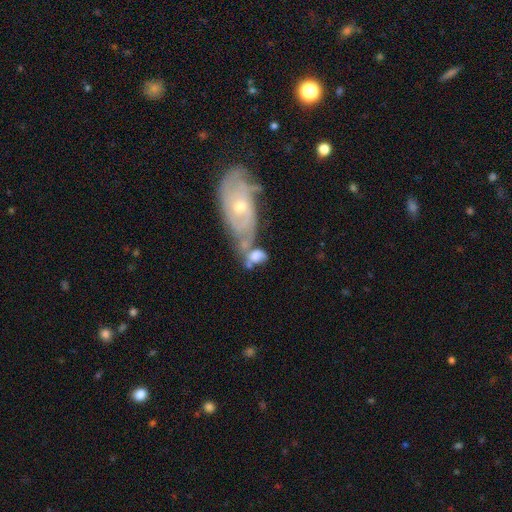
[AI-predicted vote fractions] Smooth or featured? smooth (52%)
How rounded? in between (83%)
Merging? merger (55%)